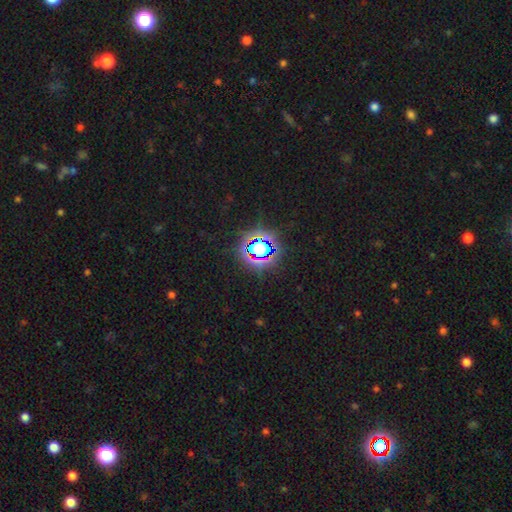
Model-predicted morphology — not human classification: Smooth or featured: star or artifact — 71% (smooth — 19%)